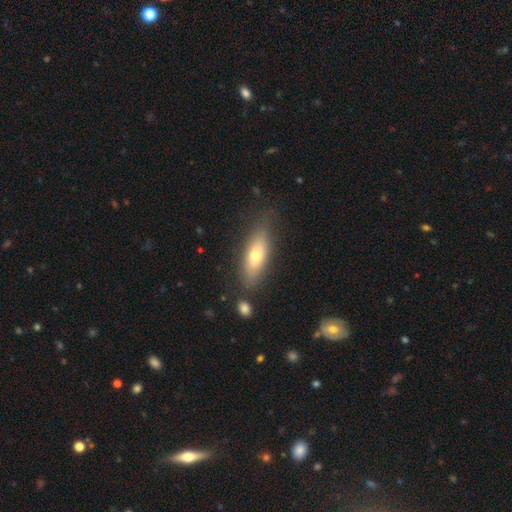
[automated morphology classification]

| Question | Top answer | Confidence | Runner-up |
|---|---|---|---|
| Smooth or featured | smooth | 64% | featured or disk (28%) |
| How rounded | in between | 59% | cigar-shaped (38%) |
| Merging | none | 75% | minor disturbance (16%) |